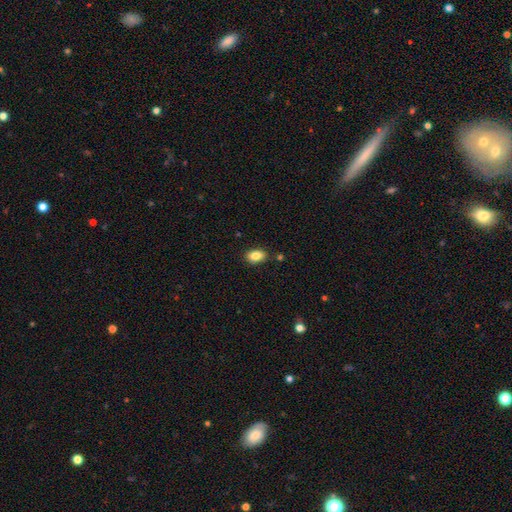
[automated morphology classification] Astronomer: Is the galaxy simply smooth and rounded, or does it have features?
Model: smooth — 84%.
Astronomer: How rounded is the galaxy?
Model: in between — 88%.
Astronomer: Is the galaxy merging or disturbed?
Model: none — 84%.